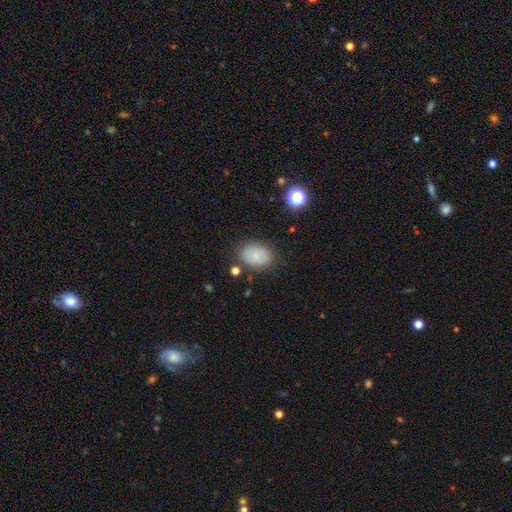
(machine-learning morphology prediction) Smooth or featured: smooth — 83% (star or artifact — 9%)
How rounded: in between — 74% (round — 25%)
Merging: none — 82% (minor disturbance — 12%)